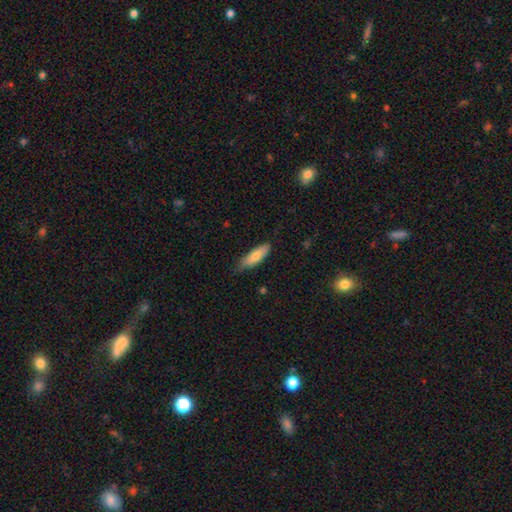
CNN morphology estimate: type=smooth (76%); roundness=in between (52%); merging=none (72%).